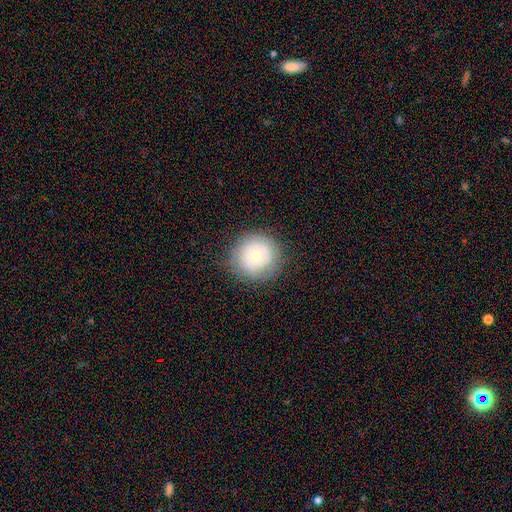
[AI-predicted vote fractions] Smooth or featured: smooth — 58% (featured or disk — 33%)
How rounded: round — 93% (in between — 6%)
Merging: none — 82% (minor disturbance — 12%)